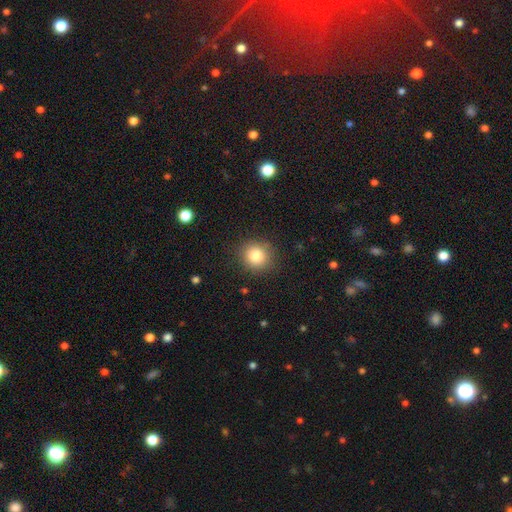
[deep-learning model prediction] Overall: smooth (82%). How rounded: round (90%). Merging: none (89%).